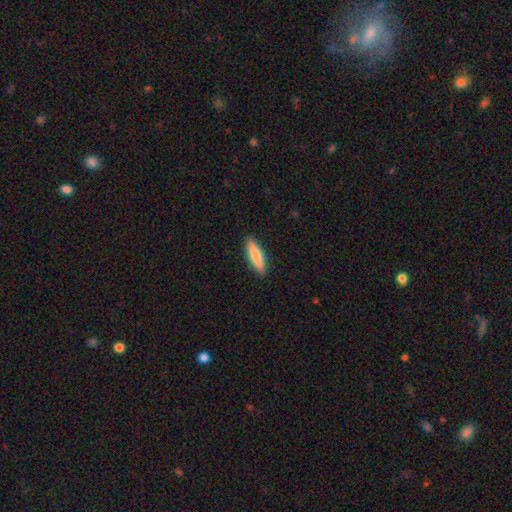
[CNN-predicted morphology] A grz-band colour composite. It shows a smooth galaxy with no disk features (82%) that is cigar-shaped (71%). Merging: none (90%).